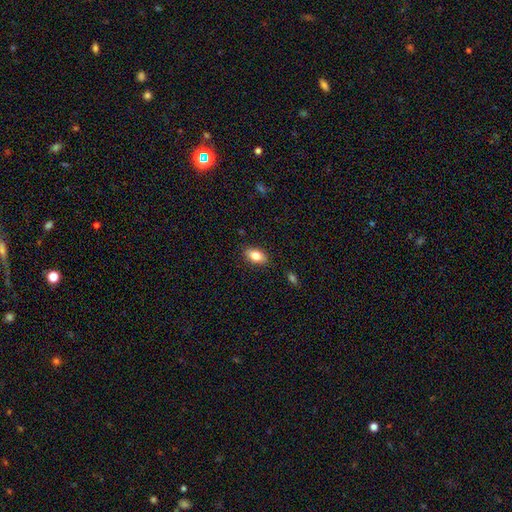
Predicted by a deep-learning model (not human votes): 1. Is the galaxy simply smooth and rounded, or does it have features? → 81% smooth, 11% featured or disk, 8% star or artifact.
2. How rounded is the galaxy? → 89% in between, 7% round, 4% cigar-shaped.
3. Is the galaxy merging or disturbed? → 87% none, 10% minor disturbance, 2% major disturbance, 1% merger.